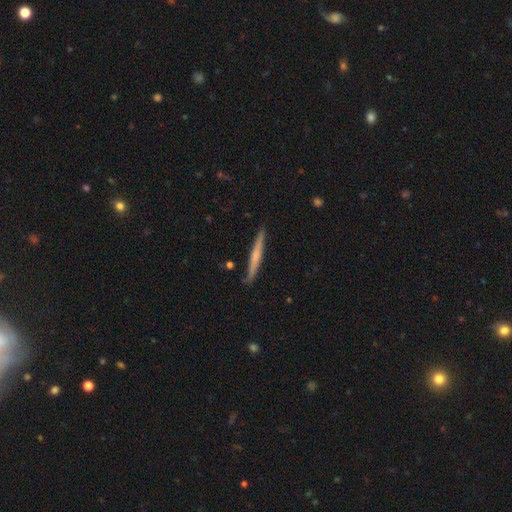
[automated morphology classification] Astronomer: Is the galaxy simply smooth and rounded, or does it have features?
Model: featured or disk — 52% (runner-up: smooth, 43%).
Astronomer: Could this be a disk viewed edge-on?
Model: yes — 97%.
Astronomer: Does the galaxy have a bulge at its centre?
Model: none — 51% (runner-up: rounded, 40%).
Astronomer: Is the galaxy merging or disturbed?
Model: none — 87%.